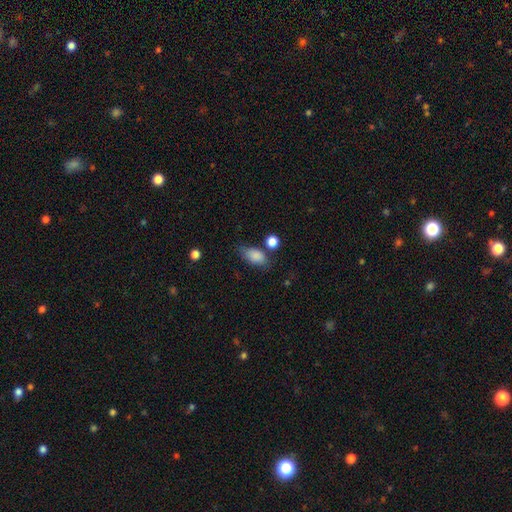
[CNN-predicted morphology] A smooth galaxy with no disk features (86%) that is in between round and cigar-shaped (87%).

Vote fractions:
- Smooth or featured? smooth: 86% / star or artifact: 8% / featured or disk: 6%
- How rounded? in between: 87% / round: 8% / cigar-shaped: 5%
- Merging? none: 59% / minor disturbance: 25% / merger: 8% / major disturbance: 7%